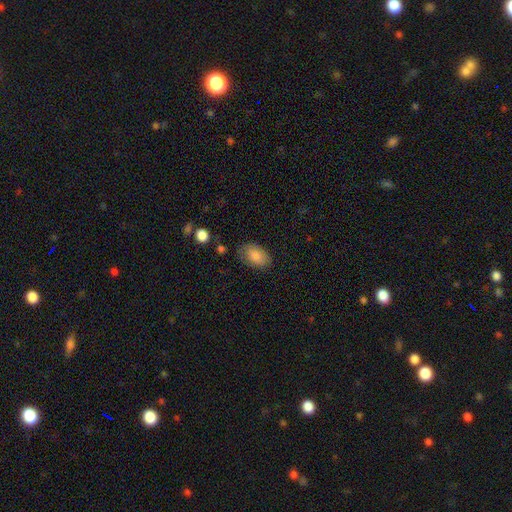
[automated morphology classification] Smooth or featured? smooth (85%)
How rounded? in between (90%)
Merging? none (75%)